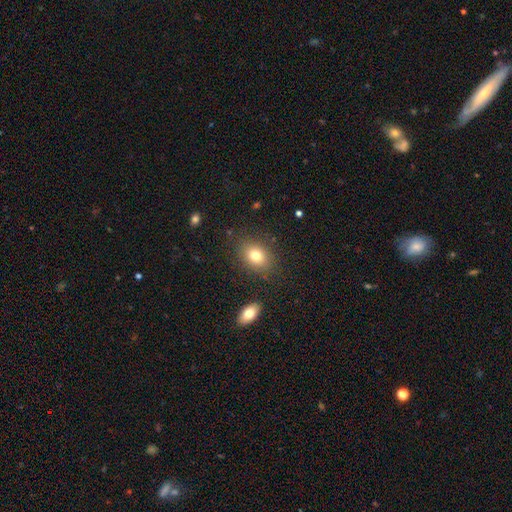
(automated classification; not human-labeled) This is likely a smooth galaxy (78%). How rounded: likely in between (65%). Merging: clearly none (83%).